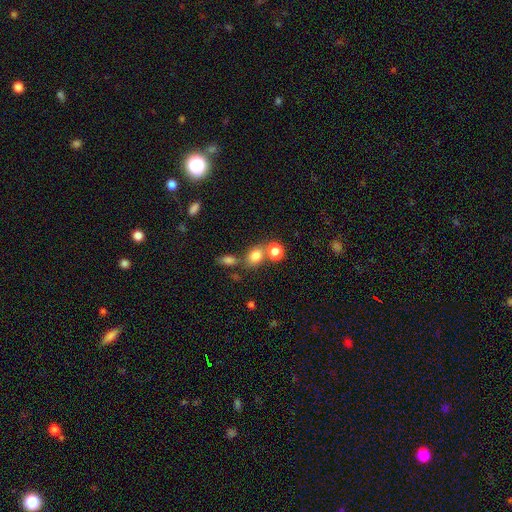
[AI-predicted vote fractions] This is likely a smooth galaxy (79%). How rounded: possibly in between (53%). Merging: possibly none (52%).